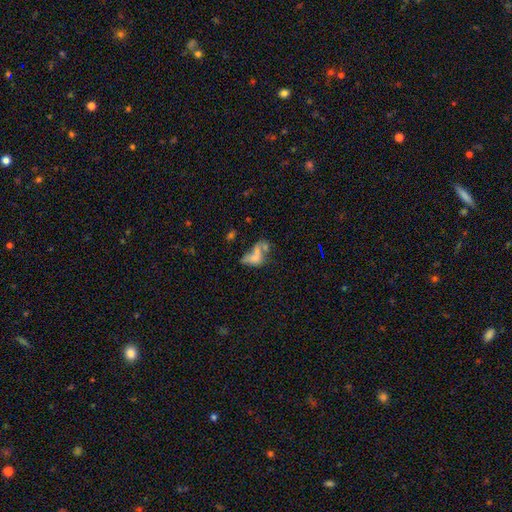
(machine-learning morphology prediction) Q: Smooth or featured?
A: smooth (53%); runner-up: featured or disk (32%)
Q: How rounded?
A: in between (82%); runner-up: round (10%)
Q: Merging?
A: merger (51%); runner-up: major disturbance (20%)